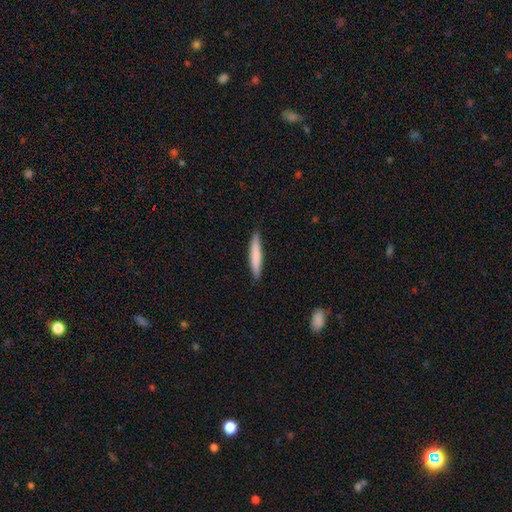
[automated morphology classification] Smooth or featured?
  - smooth: 76% *
  - featured or disk: 19%
  - star or artifact: 5%
How rounded?
  - cigar-shaped: 92% *
  - in between: 6%
  - round: 1%
Merging?
  - none: 89% *
  - minor disturbance: 9%
  - major disturbance: 2%
  - merger: 1%